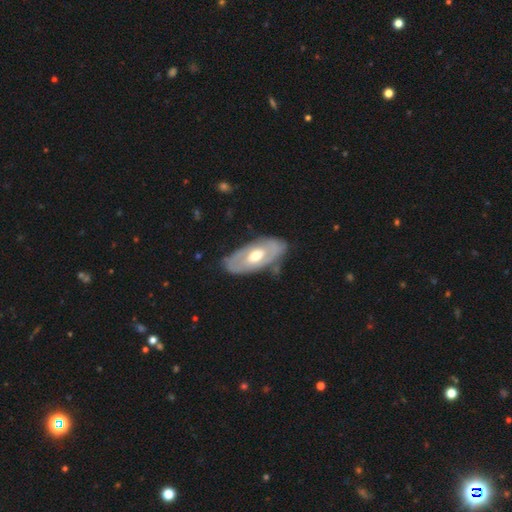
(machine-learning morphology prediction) Q: Smooth or featured?
A: featured or disk (68%); runner-up: smooth (28%)
Q: Edge-on disk?
A: no (88%); runner-up: yes (12%)
Q: Bar?
A: no (53%); runner-up: weak (34%)
Q: Spiral arms?
A: yes (54%); runner-up: no (46%)
Q: Bulge size?
A: moderate (74%); runner-up: small (14%)
Q: Merging?
A: none (73%); runner-up: minor disturbance (19%)